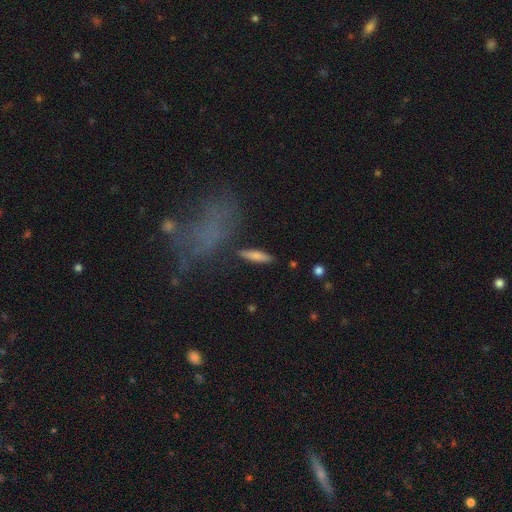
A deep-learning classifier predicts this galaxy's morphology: A smooth galaxy with no disk features (76%) that is cigar-shaped (73%). Merging: none (84%).